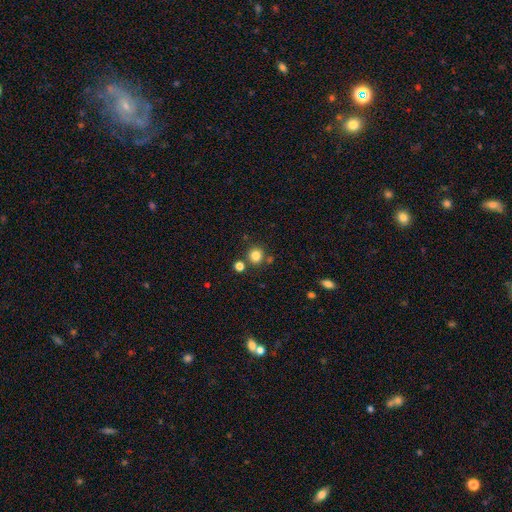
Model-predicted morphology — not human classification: Smooth or featured? Predicted: smooth (p=0.82). How rounded? Predicted: round (p=0.92). Merging? Predicted: none (p=0.79).